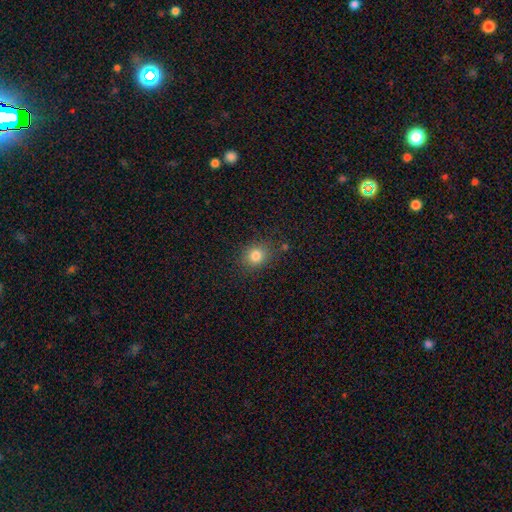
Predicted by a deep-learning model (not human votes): smooth-or-featured: smooth: 81% | star or artifact: 12% | featured or disk: 7%
  how-rounded: round: 69% | in between: 30% | cigar-shaped: 1%
  merging: none: 84% | minor disturbance: 11% | major disturbance: 3% | merger: 2%